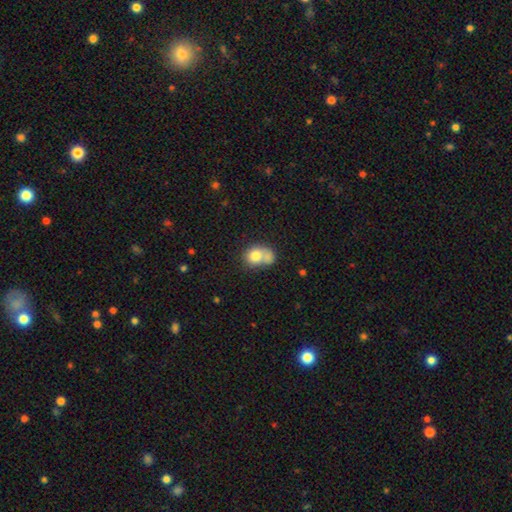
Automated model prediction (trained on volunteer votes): This appears to be a smooth galaxy with no disk features (76%) that is round (53%). Merging: merger (49%).